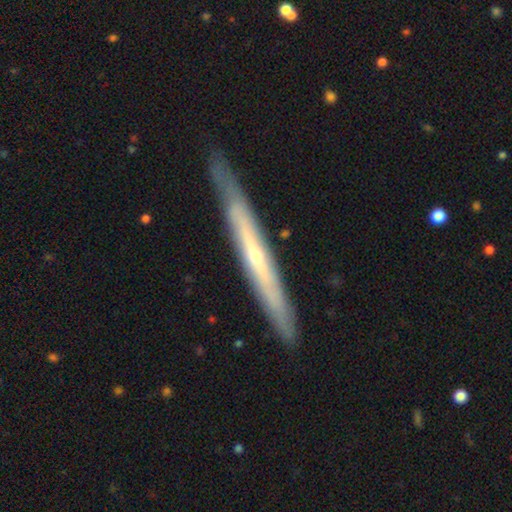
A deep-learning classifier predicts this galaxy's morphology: smooth_or_featured: featured or disk (p=0.72) [alt: smooth p=0.23]
disk_edge_on: yes (p=0.89) [alt: no p=0.11]
edge_on_bulge: rounded (p=0.51) [alt: none p=0.46]
merging: none (p=0.83) [alt: minor disturbance p=0.13]